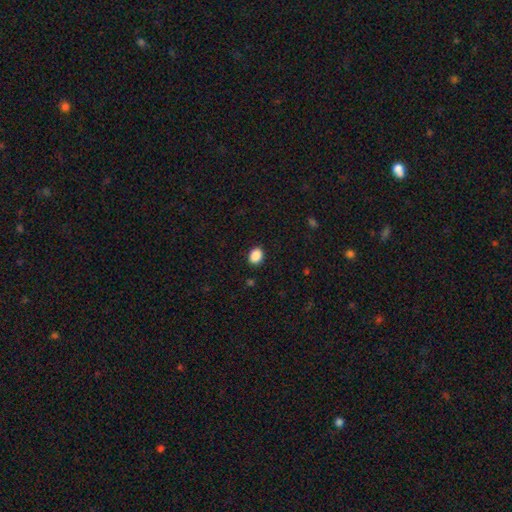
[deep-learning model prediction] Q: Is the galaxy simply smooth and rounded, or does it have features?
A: smooth — 89%.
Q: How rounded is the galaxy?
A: in between — 58%.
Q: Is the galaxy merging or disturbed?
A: none — 90%.